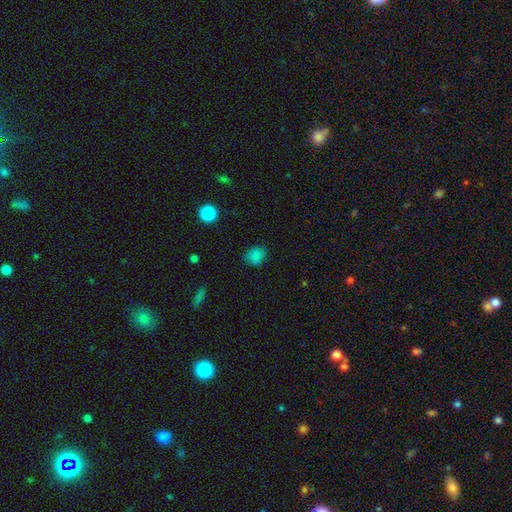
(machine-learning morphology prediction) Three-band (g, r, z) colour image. It shows a smooth galaxy with no disk features (81%) that is round (50%). Merging: none (79%).